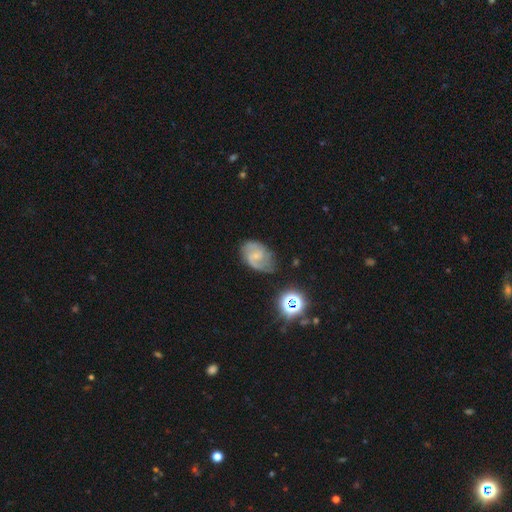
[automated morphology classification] featured or disk 70%, smooth 21%, star or artifact 9%. Down the decision tree: edge-on disk — no (98%); bar — weak (48%); spiral arms — yes (92%); spiral arm count — 2 (71%); spiral winding — medium (49%); bulge size — small (62%); merging — none (60%).